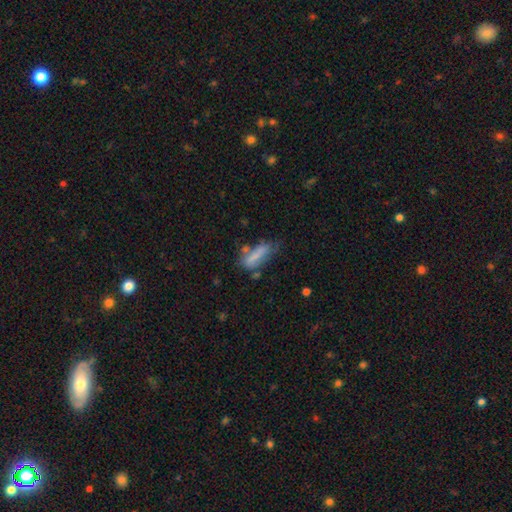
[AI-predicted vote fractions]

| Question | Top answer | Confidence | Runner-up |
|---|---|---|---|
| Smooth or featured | smooth | 70% | featured or disk (20%) |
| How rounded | in between | 50% | cigar-shaped (48%) |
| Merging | none | 37% | minor disturbance (31%) |